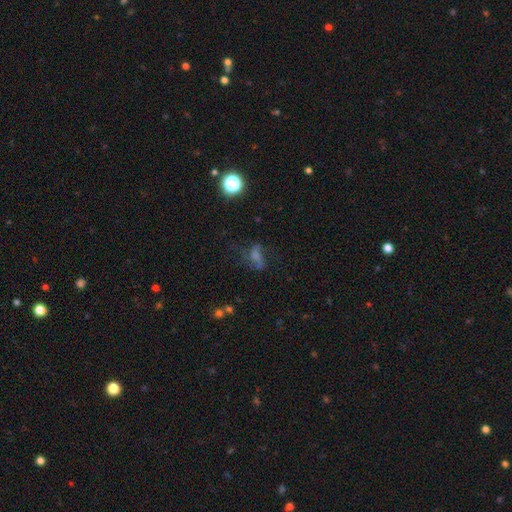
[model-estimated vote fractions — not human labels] smooth-or-featured: featured or disk: 41% | star or artifact: 29% | smooth: 29%
  merging: none: 56% | major disturbance: 21% | minor disturbance: 20% | merger: 4%